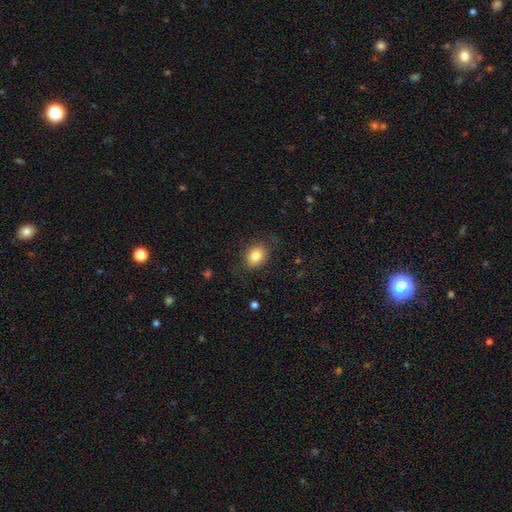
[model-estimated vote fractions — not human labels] smooth-or-featured: smooth: 82% | star or artifact: 9% | featured or disk: 9%
  how-rounded: in between: 56% | round: 43% | cigar-shaped: 1%
  merging: none: 79% | minor disturbance: 15% | major disturbance: 5% | merger: 1%